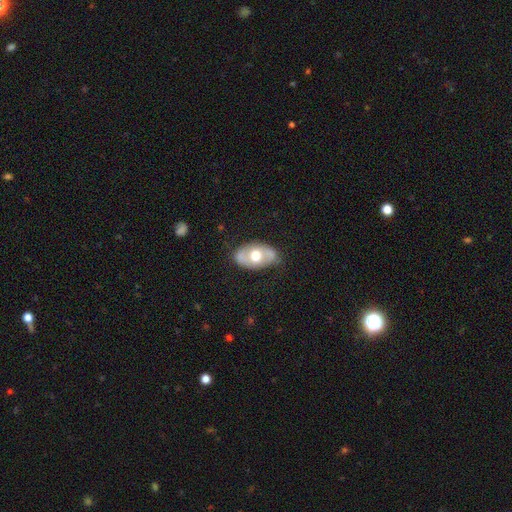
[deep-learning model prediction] Q: Smooth or featured?
A: featured or disk (48%); runner-up: smooth (46%)
Q: Merging?
A: none (69%); runner-up: minor disturbance (23%)